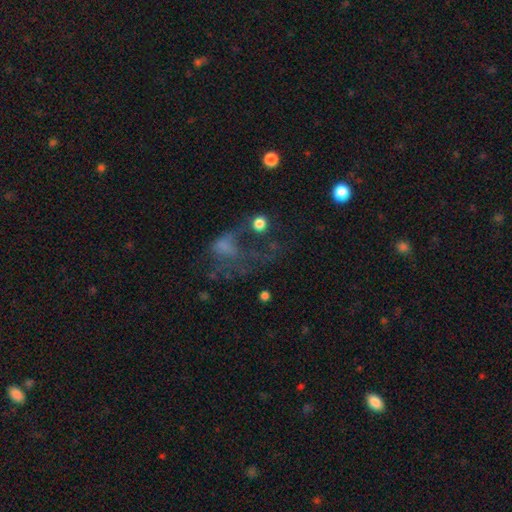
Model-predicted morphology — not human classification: Smooth or featured?
  - star or artifact: 37% *
  - featured or disk: 34%
  - smooth: 29%